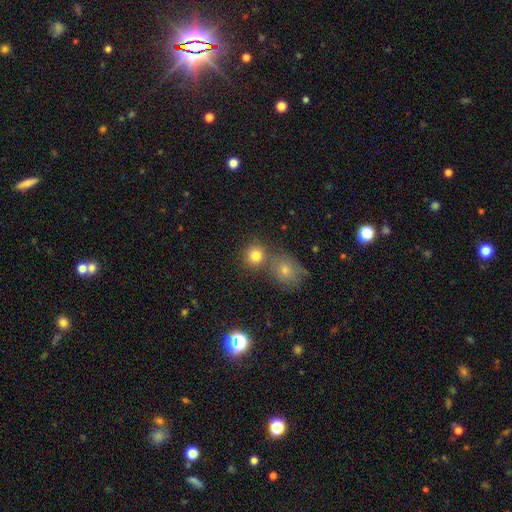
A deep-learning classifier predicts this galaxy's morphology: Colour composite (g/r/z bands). It shows a smooth galaxy with no disk features (81%) that is round (86%). Merging: none (60%).